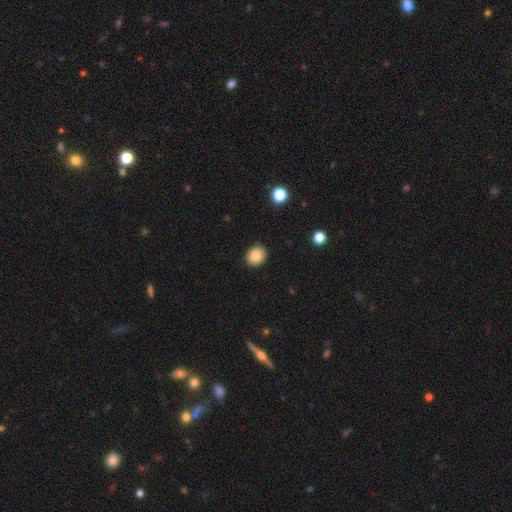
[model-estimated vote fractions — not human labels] Smooth or featured: smooth — 84% (star or artifact — 9%)
How rounded: round — 64% (in between — 35%)
Merging: none — 90% (minor disturbance — 7%)